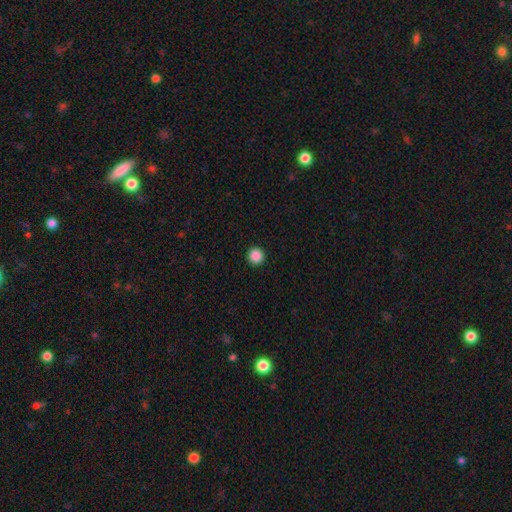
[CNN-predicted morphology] The model was most divided on "smooth or featured": smooth: 88%, star or artifact: 10%, featured or disk: 2%. More confident: how rounded — round (96%); merging — none (94%).